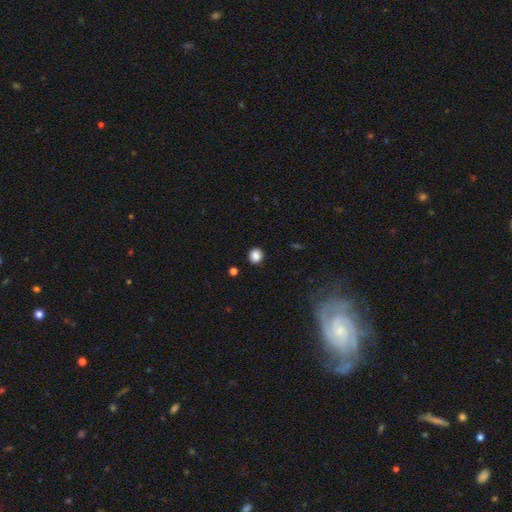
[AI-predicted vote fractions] Morphology: type=smooth (86%); roundness=round (84%); merging=none (90%).